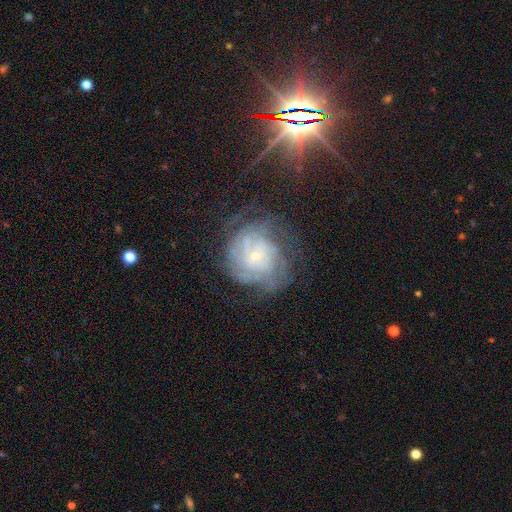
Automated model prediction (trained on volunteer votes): Morphology: type=featured or disk (73%); edge-on=no (97%); bar=no (77%); spiral arms=yes (88%); winding=tight (67%); arm count=can't tell (47%); bulge=small (82%); merging=none (64%).